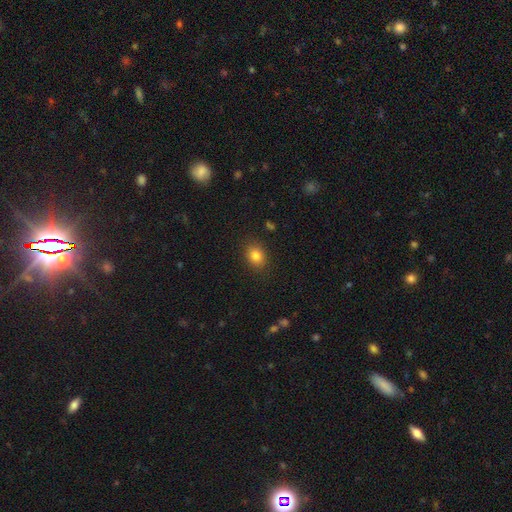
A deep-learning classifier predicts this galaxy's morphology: Smooth or featured: smooth — 83% (star or artifact — 11%)
How rounded: in between — 53% (round — 46%)
Merging: none — 87% (minor disturbance — 9%)